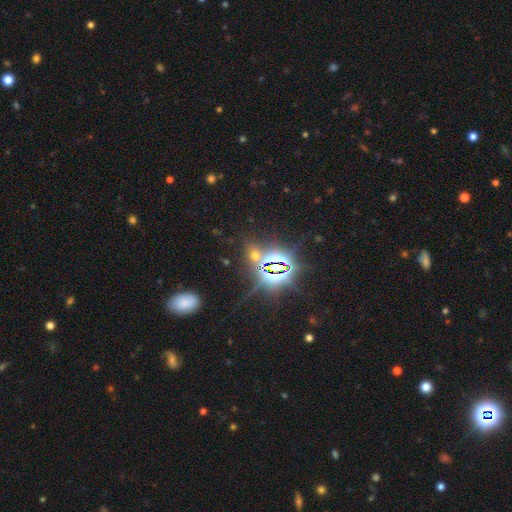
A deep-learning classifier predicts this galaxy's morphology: Smooth or featured?
  - star or artifact: 67% *
  - smooth: 24%
  - featured or disk: 9%